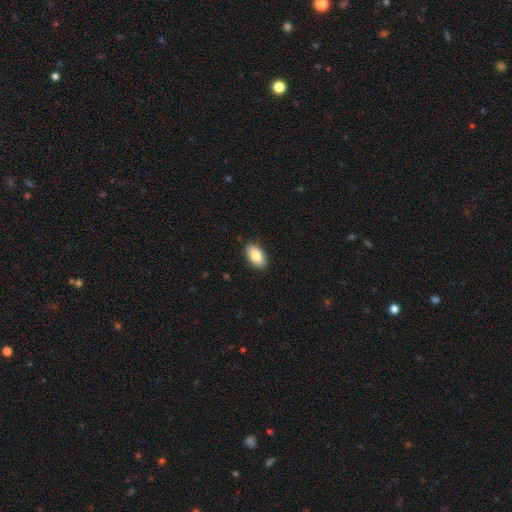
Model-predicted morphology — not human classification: smooth-or-featured: smooth: 83% | featured or disk: 10% | star or artifact: 7%
  how-rounded: in between: 93% | round: 5% | cigar-shaped: 2%
  merging: none: 88% | minor disturbance: 9% | major disturbance: 2% | merger: 1%